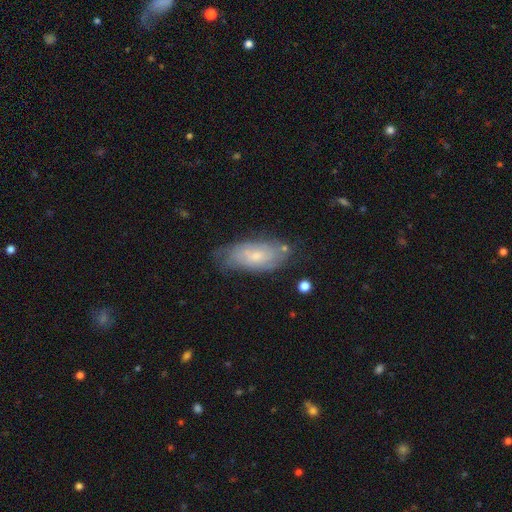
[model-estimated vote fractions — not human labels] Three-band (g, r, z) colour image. It shows a featured or disk galaxy (48%). Merging: none (63%).